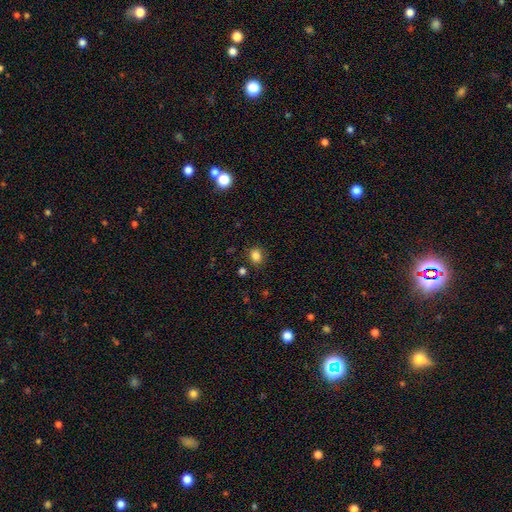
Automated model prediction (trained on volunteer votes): Overall: smooth (83%). How rounded: round (60%; in between 39%). Merging: none (85%).